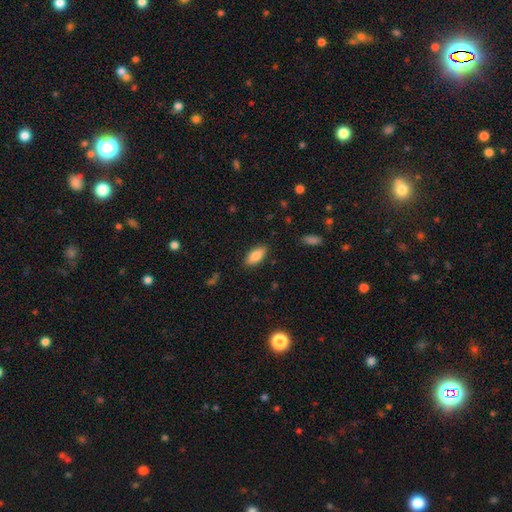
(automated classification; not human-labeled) Smooth or featured: smooth — 85% (featured or disk — 8%)
How rounded: in between — 86% (cigar-shaped — 12%)
Merging: none — 86% (minor disturbance — 10%)